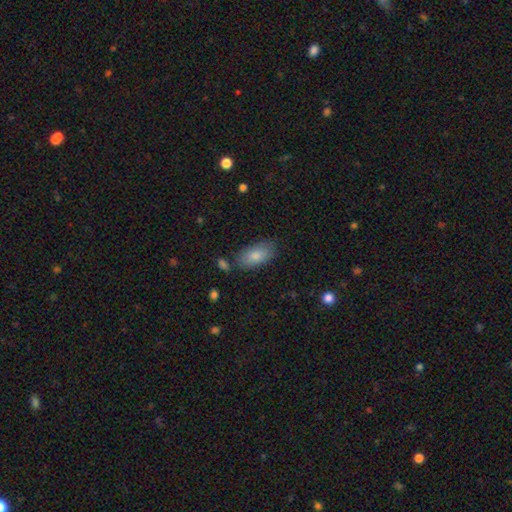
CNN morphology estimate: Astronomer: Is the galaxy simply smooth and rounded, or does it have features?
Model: smooth — 82%.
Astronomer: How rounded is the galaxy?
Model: in between — 93%.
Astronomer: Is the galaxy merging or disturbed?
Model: none — 77%.